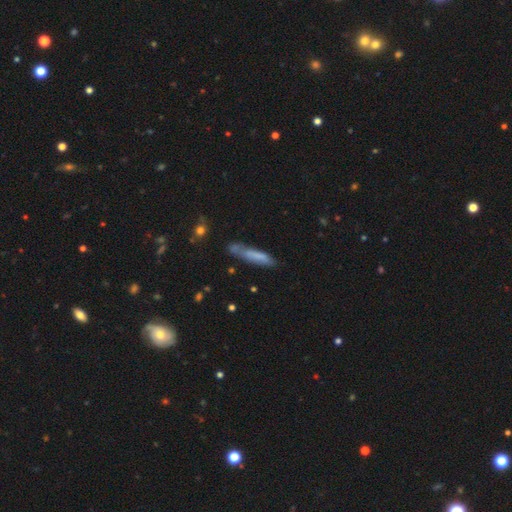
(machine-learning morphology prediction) A smooth galaxy with no disk features (65%) that is cigar-shaped (87%). Merging: none (63%).